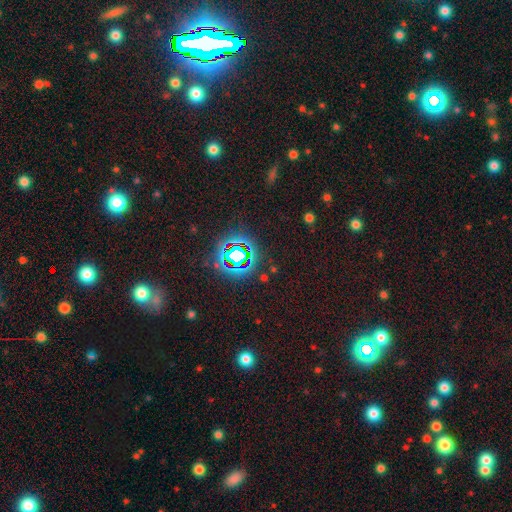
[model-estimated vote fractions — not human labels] Morphology: type=star or artifact (81%).